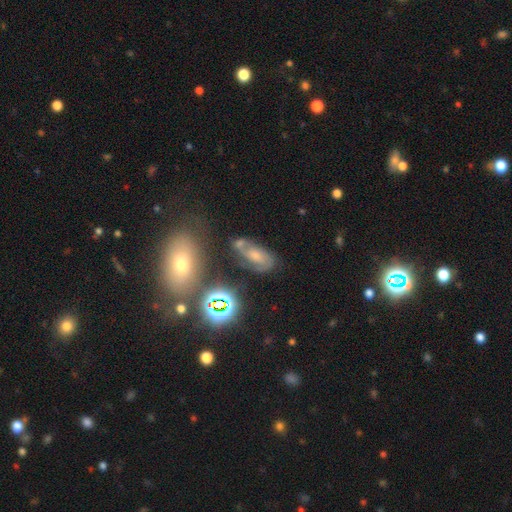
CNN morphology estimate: Smooth or featured?
  - featured or disk: 45% *
  - smooth: 35%
  - star or artifact: 21%
Merging?
  - none: 49% *
  - minor disturbance: 22%
  - merger: 15%
  - major disturbance: 14%